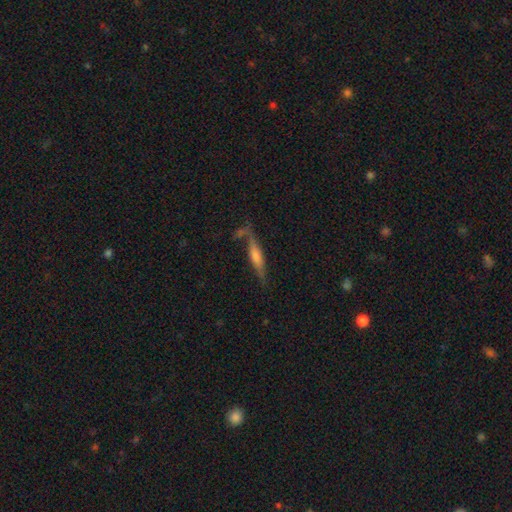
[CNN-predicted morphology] A featured or disk galaxy (63%) viewed edge-on (92%) with a rounded central bulge (62%). Merging: none (69%).